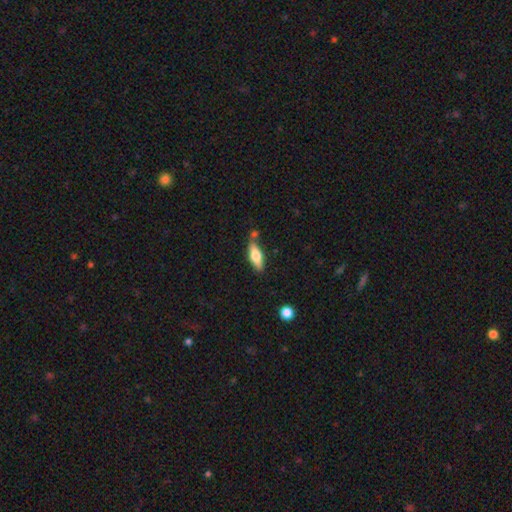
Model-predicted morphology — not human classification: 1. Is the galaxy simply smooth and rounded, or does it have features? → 59% smooth, 34% featured or disk, 6% star or artifact.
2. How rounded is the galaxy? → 58% in between, 39% cigar-shaped, 3% round.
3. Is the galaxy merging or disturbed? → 70% none, 16% minor disturbance, 10% merger, 4% major disturbance.